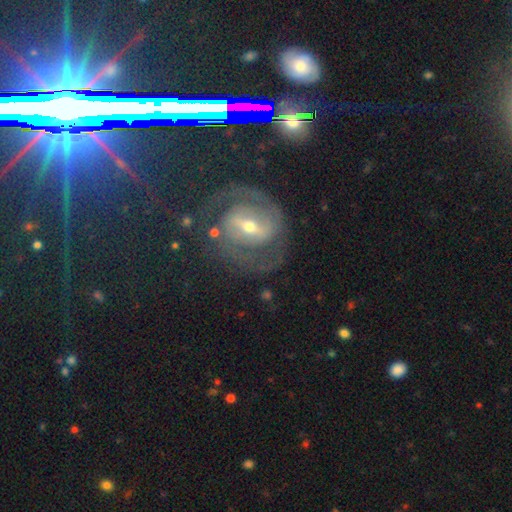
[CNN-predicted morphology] featured or disk 66%, star or artifact 23%, smooth 11%. Down the decision tree: edge-on disk — no (88%); bar — weak (40%); spiral arms — yes (89%); spiral arm count — 2 (44%); spiral winding — tight (57%); bulge size — small (49%); merging — none (76%).